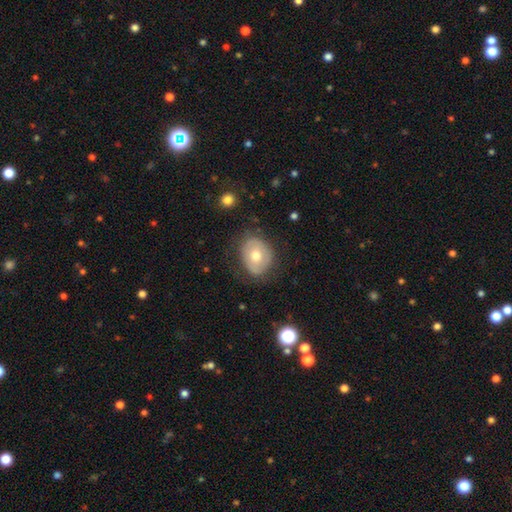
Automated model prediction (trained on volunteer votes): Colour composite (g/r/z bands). It shows a smooth galaxy with no disk features (57%) that is in between round and cigar-shaped (55%). Merging: none (73%).